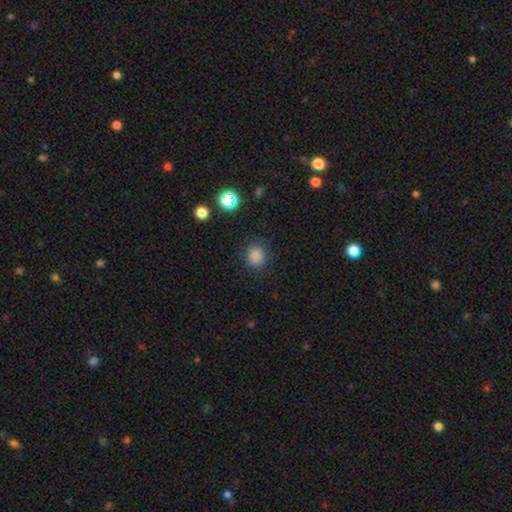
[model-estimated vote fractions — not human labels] smooth 83%, star or artifact 14%, featured or disk 3%. Down the decision tree: how rounded — round (80%); merging — none (86%).